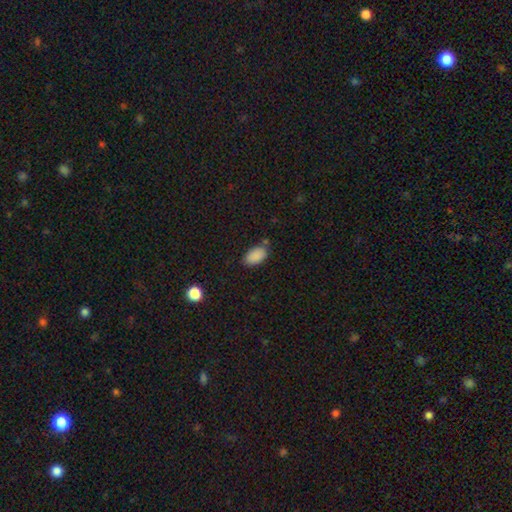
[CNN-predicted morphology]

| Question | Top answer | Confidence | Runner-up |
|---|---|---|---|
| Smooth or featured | smooth | 88% | star or artifact (8%) |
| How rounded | in between | 94% | round (4%) |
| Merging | none | 73% | minor disturbance (18%) |